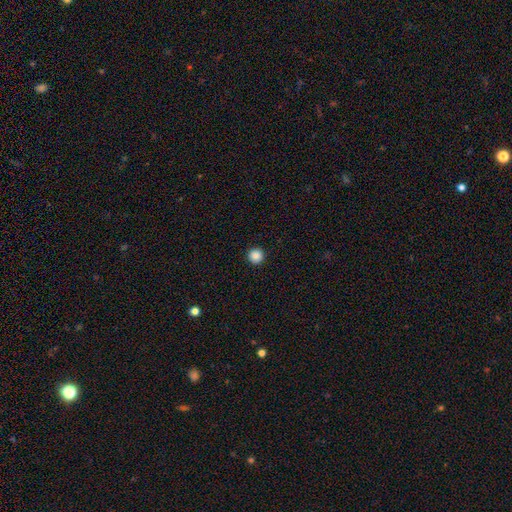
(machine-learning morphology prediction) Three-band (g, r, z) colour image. It shows a smooth galaxy with no disk features (88%) that is round (96%). Merging: none (94%).